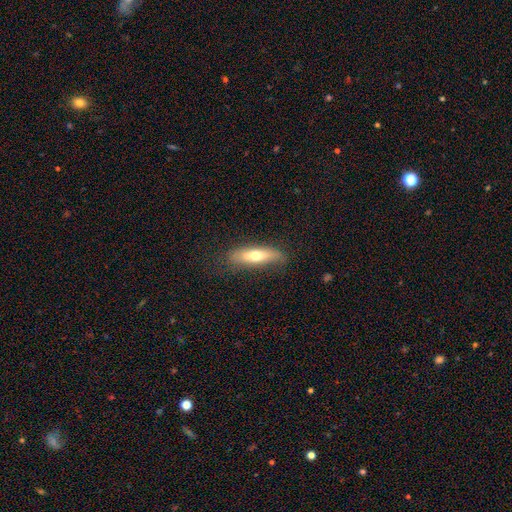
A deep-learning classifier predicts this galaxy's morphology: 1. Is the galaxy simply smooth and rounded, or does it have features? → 60% smooth, 34% featured or disk, 6% star or artifact.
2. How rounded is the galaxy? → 65% cigar-shaped, 33% in between, 2% round.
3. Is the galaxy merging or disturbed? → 76% none, 17% minor disturbance, 5% major disturbance, 1% merger.